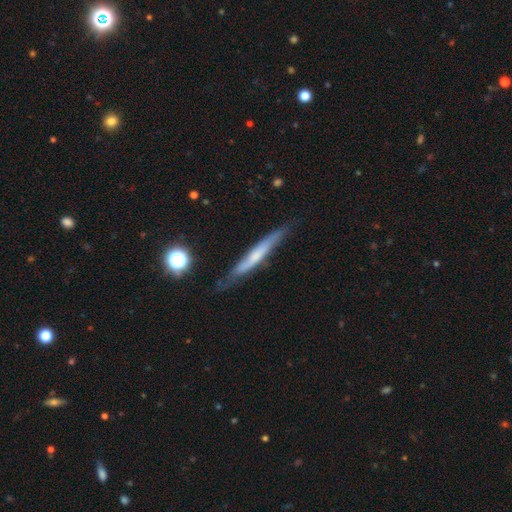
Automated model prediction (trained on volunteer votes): featured or disk 51%, smooth 42%, star or artifact 7%. Down the decision tree: edge-on disk — yes (86%); merging — none (75%).